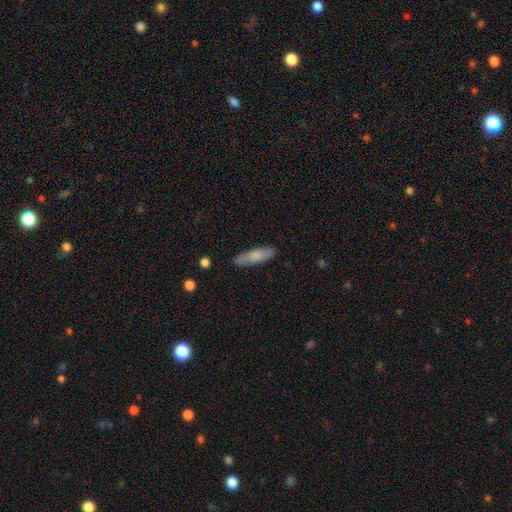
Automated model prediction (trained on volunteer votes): Morphology: type=smooth (75%); roundness=cigar-shaped (60%); merging=none (85%).